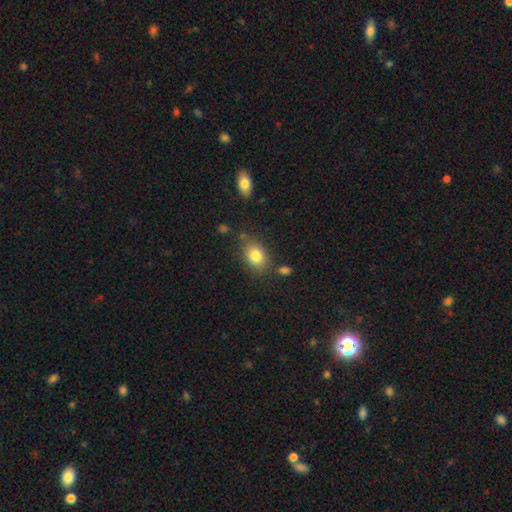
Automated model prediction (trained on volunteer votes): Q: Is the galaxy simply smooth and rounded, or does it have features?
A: smooth — 82%.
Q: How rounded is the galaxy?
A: in between — 70%.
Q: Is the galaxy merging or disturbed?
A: none — 73%.